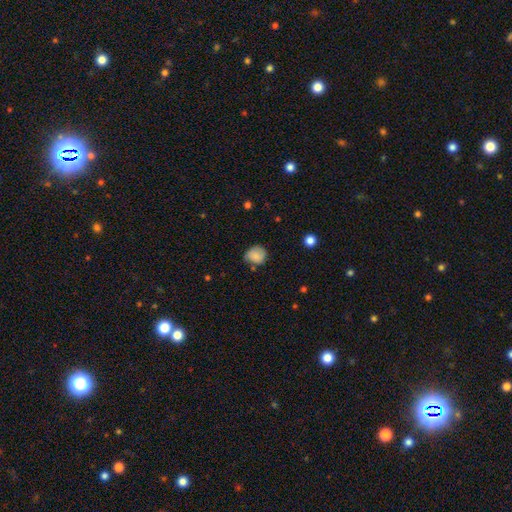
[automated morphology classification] Overall: smooth (78%). How rounded: round (71%). Merging: none (60%; minor disturbance 29%).